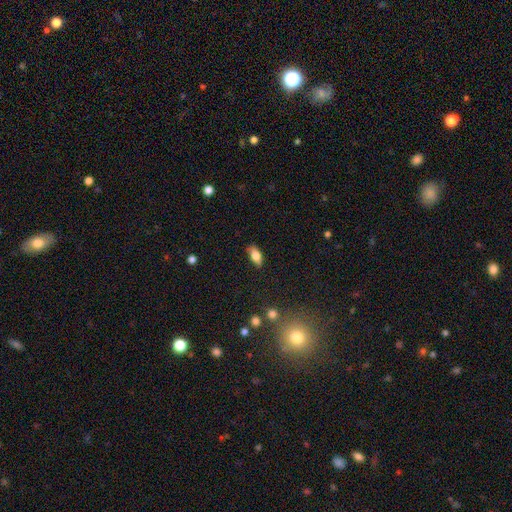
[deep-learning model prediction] Smooth or featured? Predicted: smooth (p=0.72). How rounded? Predicted: in between (p=0.83). Merging? Predicted: none (p=0.83).